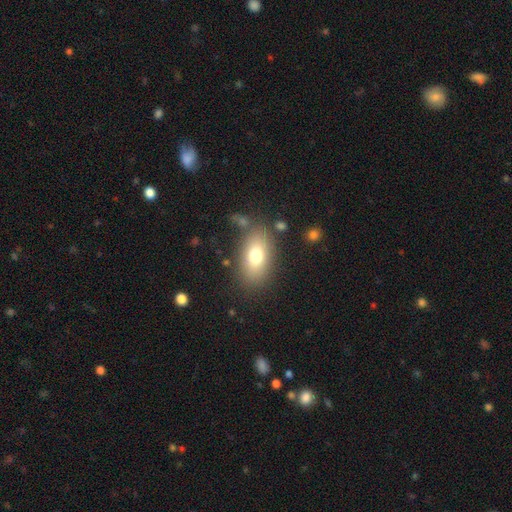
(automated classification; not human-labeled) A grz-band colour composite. It shows a smooth galaxy with no disk features (74%) that is in between round and cigar-shaped (88%). Merging: none (79%).